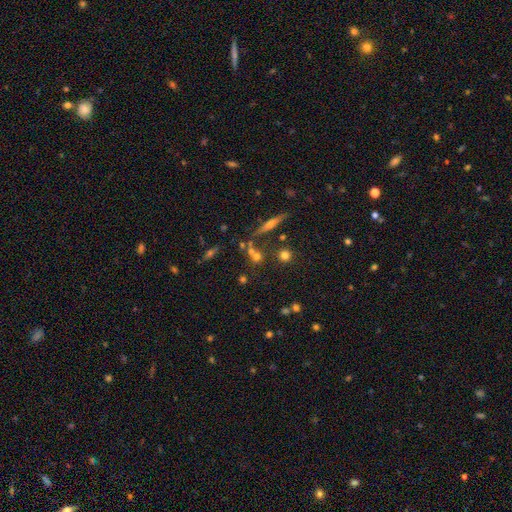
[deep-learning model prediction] Q: Smooth or featured?
A: smooth (49%); runner-up: star or artifact (26%)
Q: Merging?
A: none (64%); runner-up: merger (23%)